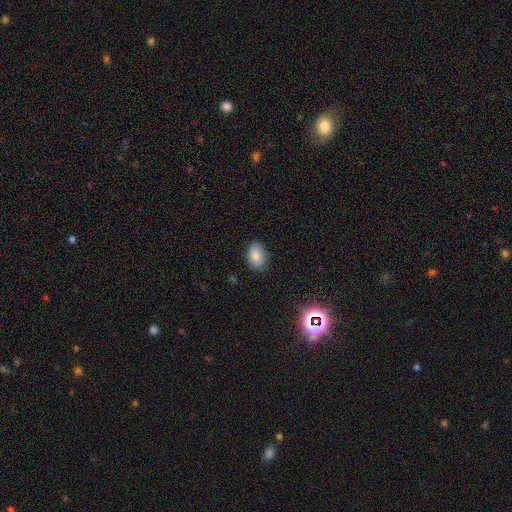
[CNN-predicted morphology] Overall: smooth (85%). How rounded: in between (88%). Merging: none (84%).